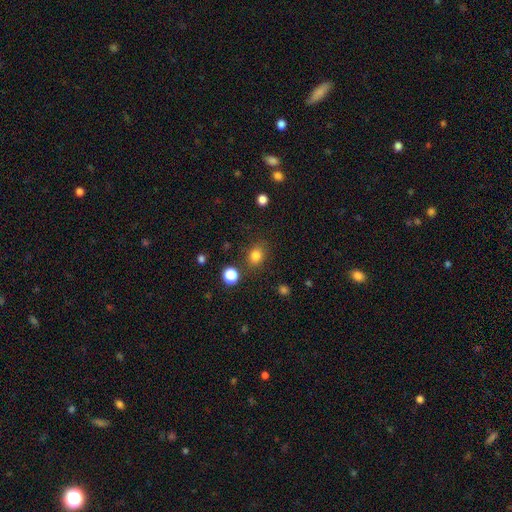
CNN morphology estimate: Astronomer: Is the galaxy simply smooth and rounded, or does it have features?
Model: smooth — 82%.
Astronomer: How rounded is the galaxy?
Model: round — 59% (runner-up: in between, 40%).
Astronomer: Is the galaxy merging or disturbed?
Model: none — 82%.